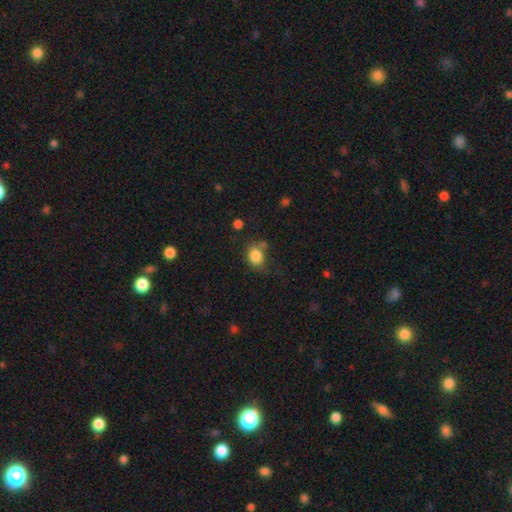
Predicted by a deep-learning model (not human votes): Smooth or featured? Predicted: smooth (p=0.84). How rounded? Predicted: round (p=0.58). Merging? Predicted: none (p=0.60).